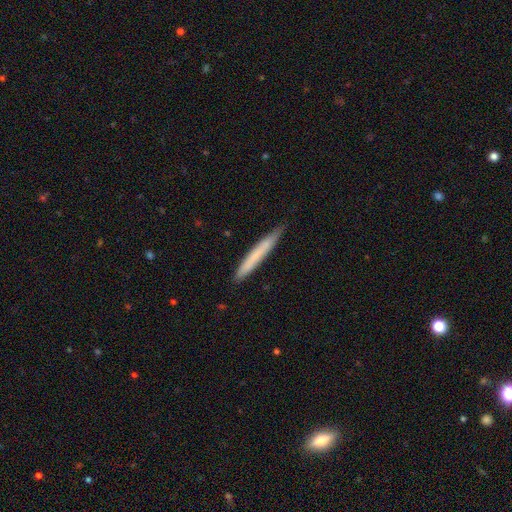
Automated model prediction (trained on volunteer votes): This is likely a smooth galaxy (67%). How rounded: clearly cigar-shaped (97%). Merging: clearly none (85%).